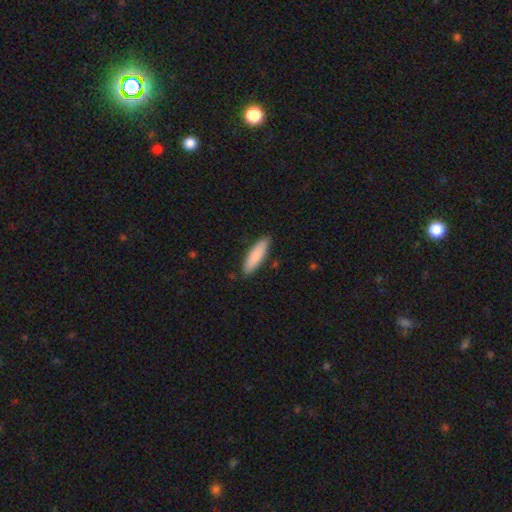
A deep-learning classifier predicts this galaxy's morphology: smooth 86%, featured or disk 9%, star or artifact 5%. Down the decision tree: how rounded — cigar-shaped (61%); merging — none (86%).